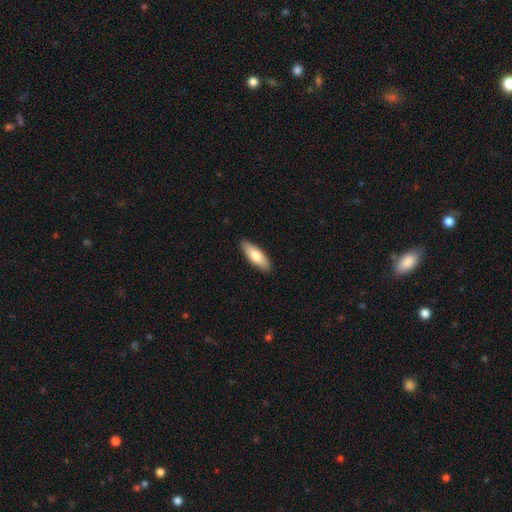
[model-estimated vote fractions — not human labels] smooth_or_featured: smooth (p=0.76) [alt: featured or disk p=0.19]
how_rounded: in between (p=0.58) [alt: cigar-shaped p=0.40]
merging: none (p=0.89) [alt: minor disturbance p=0.08]